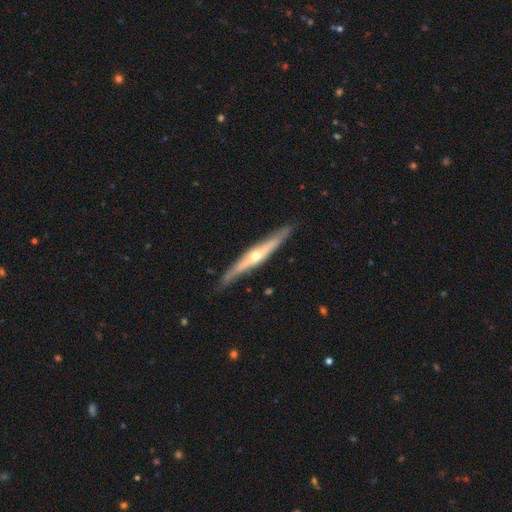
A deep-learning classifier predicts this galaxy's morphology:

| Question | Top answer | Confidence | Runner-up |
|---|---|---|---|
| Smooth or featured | featured or disk | 75% | smooth (20%) |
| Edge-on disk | yes | 94% | no (6%) |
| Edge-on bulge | rounded | 84% | none (11%) |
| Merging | none | 86% | minor disturbance (11%) |